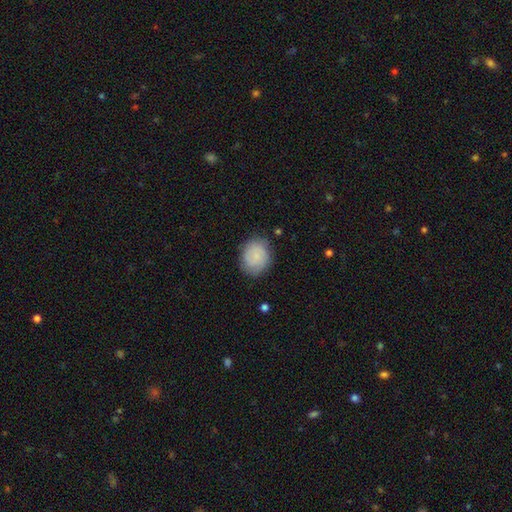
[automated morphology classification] Q: Smooth or featured?
A: smooth (78%); runner-up: featured or disk (15%)
Q: How rounded?
A: round (62%); runner-up: in between (37%)
Q: Merging?
A: none (80%); runner-up: minor disturbance (15%)